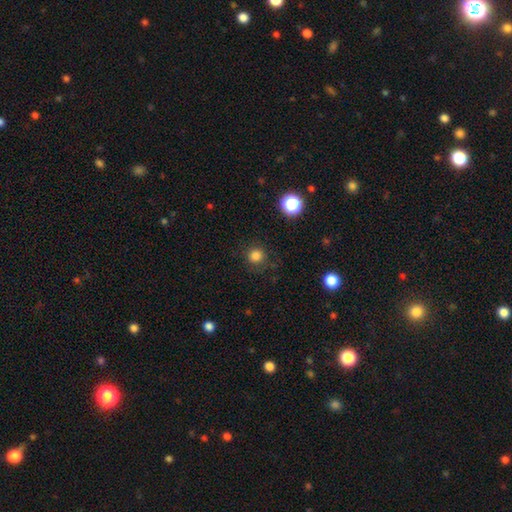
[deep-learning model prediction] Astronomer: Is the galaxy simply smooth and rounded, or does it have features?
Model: smooth — 82%.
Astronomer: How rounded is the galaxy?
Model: round — 93%.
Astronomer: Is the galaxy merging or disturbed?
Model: none — 86%.